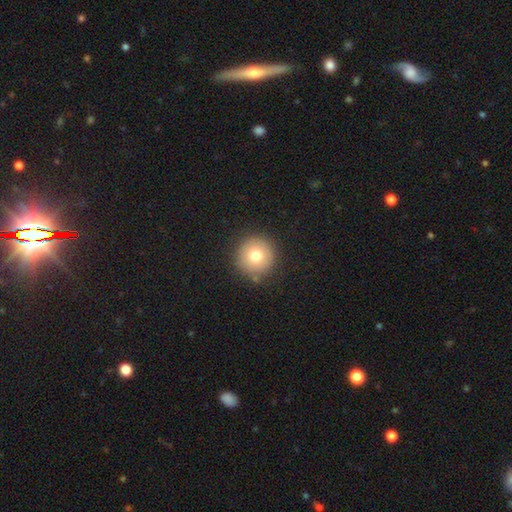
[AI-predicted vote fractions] This appears to be a smooth galaxy with no disk features (76%) that is round (96%). Merging: none (86%).